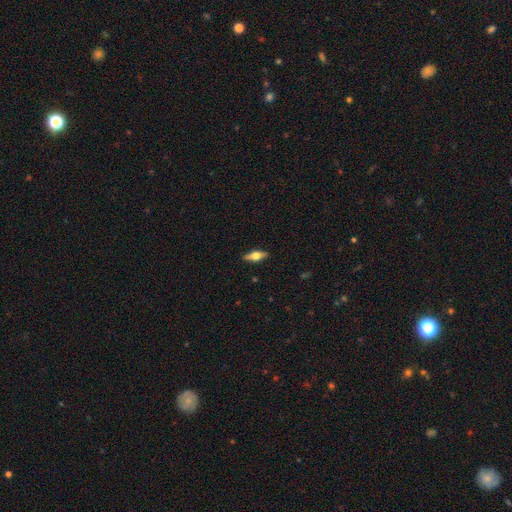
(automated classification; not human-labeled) smooth_or_featured: featured or disk (p=0.52) [alt: smooth p=0.41]
disk_edge_on: yes (p=0.93) [alt: no p=0.07]
merging: none (p=0.89) [alt: minor disturbance p=0.08]